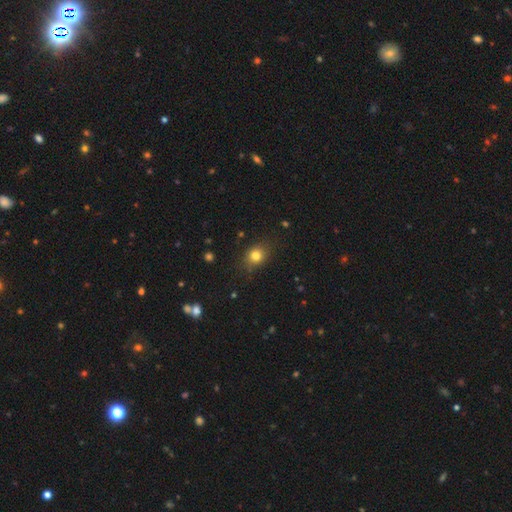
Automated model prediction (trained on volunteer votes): Smooth or featured?
  - smooth: 79% *
  - star or artifact: 13%
  - featured or disk: 8%
How rounded?
  - round: 56% *
  - in between: 42%
  - cigar-shaped: 1%
Merging?
  - none: 81% *
  - minor disturbance: 14%
  - major disturbance: 4%
  - merger: 1%